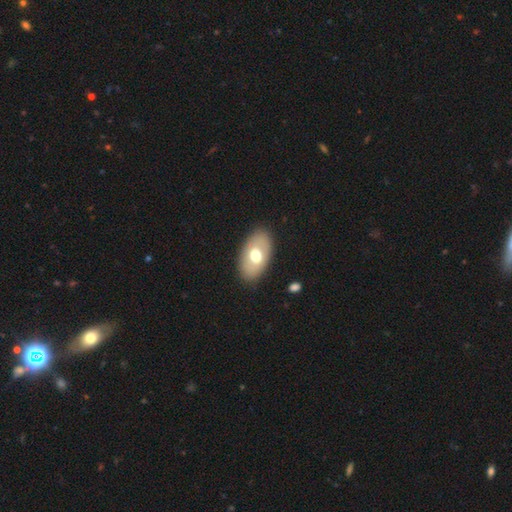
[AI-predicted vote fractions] Overall: smooth (62%; featured or disk 31%). How rounded: in between (92%). Merging: none (85%).